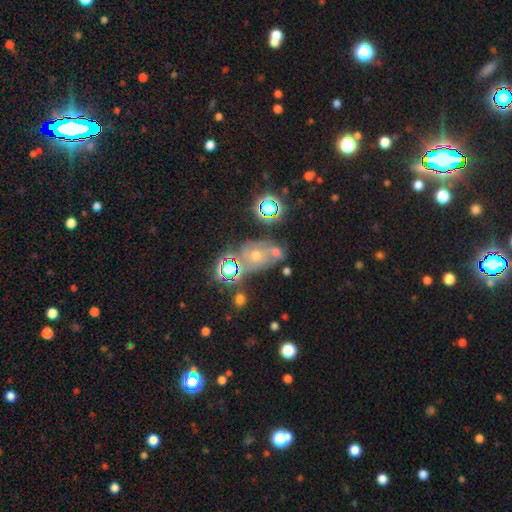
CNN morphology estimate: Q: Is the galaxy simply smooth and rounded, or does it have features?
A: star or artifact — 43%.